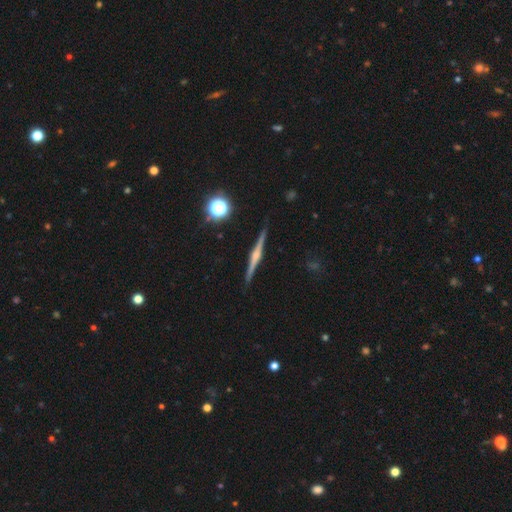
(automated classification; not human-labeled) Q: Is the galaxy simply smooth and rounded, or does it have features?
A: featured or disk — 82%.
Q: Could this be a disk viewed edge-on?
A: yes — 99%.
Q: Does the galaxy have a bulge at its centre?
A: rounded — 87%.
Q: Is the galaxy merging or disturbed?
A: none — 91%.